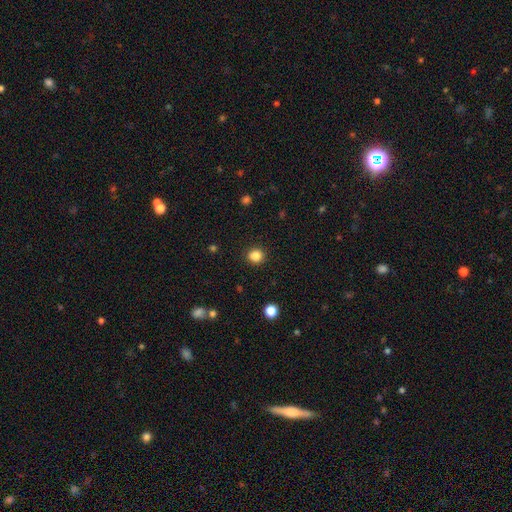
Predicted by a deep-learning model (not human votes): This is clearly a smooth galaxy (84%). How rounded: clearly round (85%). Merging: clearly none (89%).